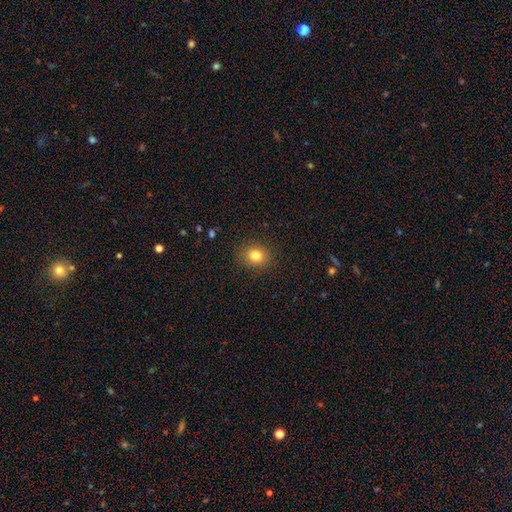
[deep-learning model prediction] Q: Smooth or featured?
A: smooth (80%); runner-up: star or artifact (12%)
Q: How rounded?
A: round (66%); runner-up: in between (33%)
Q: Merging?
A: none (88%); runner-up: minor disturbance (8%)